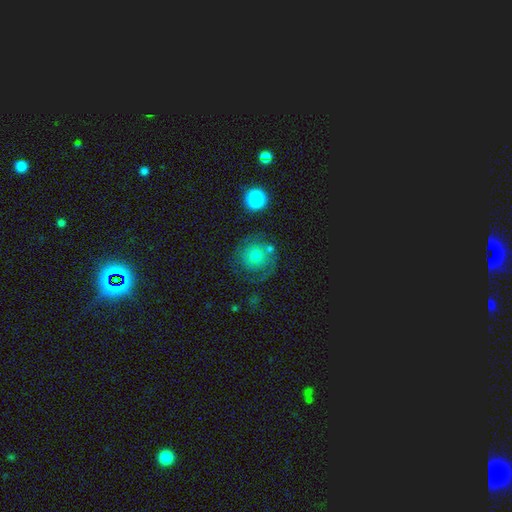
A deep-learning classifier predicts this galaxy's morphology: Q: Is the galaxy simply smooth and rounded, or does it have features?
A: smooth — 47%.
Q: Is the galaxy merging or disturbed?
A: none — 61%.